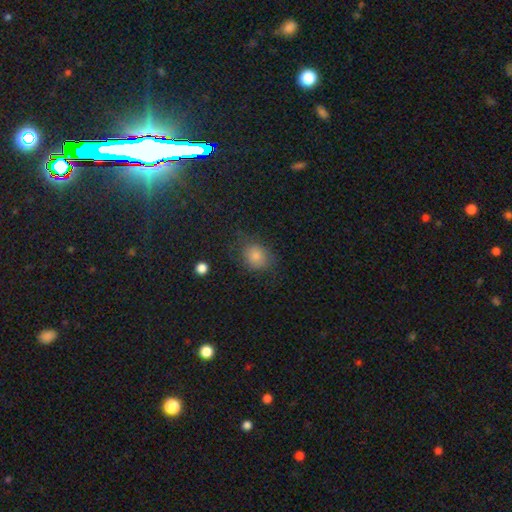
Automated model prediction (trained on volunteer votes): This appears to be a smooth galaxy with no disk features (75%) that is round (57%). Merging: none (72%).